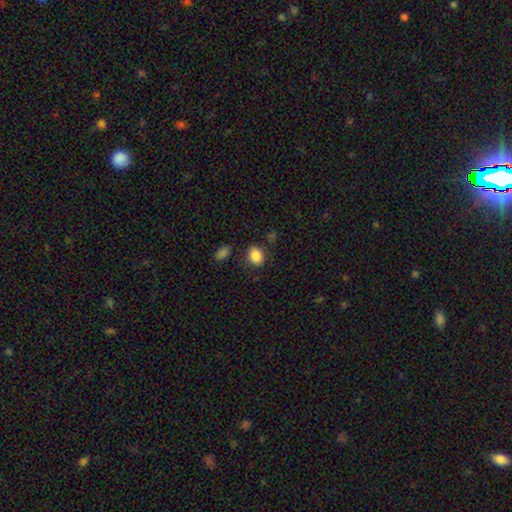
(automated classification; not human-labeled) This is clearly a smooth galaxy (87%). How rounded: possibly in between (53%). Merging: clearly none (80%).